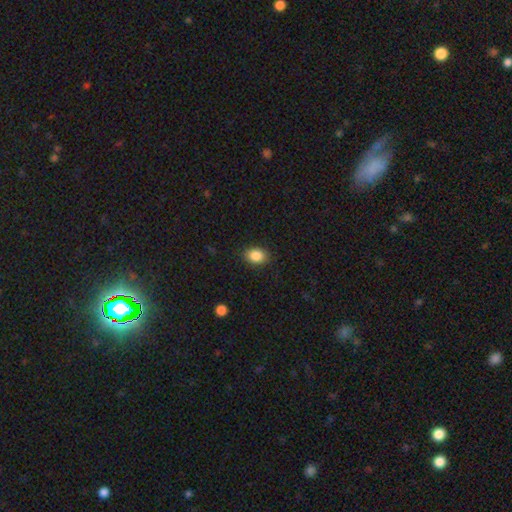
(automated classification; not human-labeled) Smooth or featured? Predicted: smooth (p=0.87). How rounded? Predicted: in between (p=0.63). Merging? Predicted: none (p=0.88).